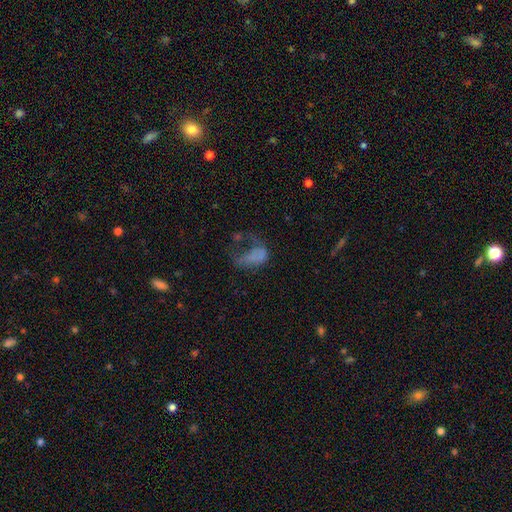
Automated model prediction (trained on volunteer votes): This is possibly a smooth galaxy (48%). Merging: possibly major disturbance (56%).